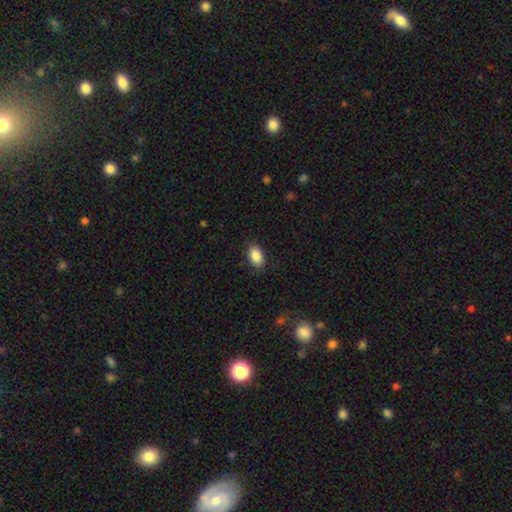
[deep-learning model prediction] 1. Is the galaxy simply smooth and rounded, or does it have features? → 88% smooth, 8% star or artifact, 5% featured or disk.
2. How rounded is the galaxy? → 90% in between, 8% round, 2% cigar-shaped.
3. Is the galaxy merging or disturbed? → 85% none, 11% minor disturbance, 3% major disturbance, 1% merger.